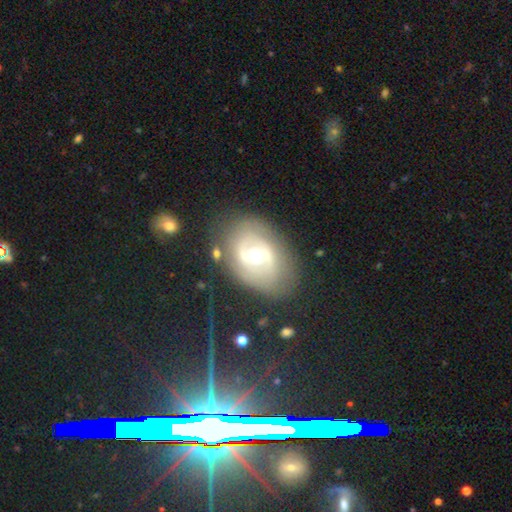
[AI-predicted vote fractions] Smooth or featured? featured or disk (73%)
Edge-on disk? no (95%)
Bar? no (47%)
Spiral arms? yes (56%)
Bulge size? moderate (73%)
Merging? none (71%)